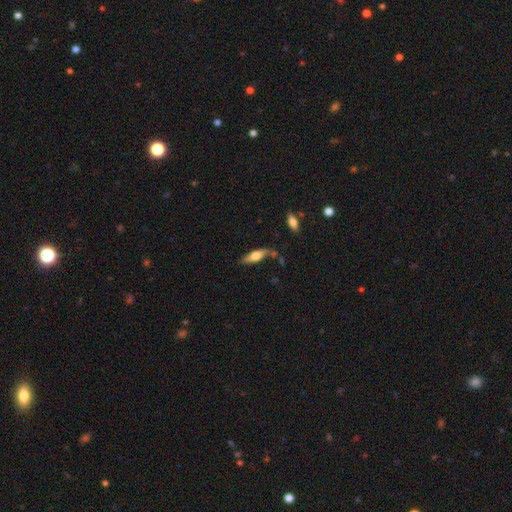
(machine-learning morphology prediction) Smooth or featured?
  - smooth: 50% *
  - featured or disk: 43%
  - star or artifact: 6%
How rounded?
  - cigar-shaped: 55% *
  - in between: 42%
  - round: 3%
Merging?
  - none: 65% *
  - minor disturbance: 22%
  - merger: 7%
  - major disturbance: 6%